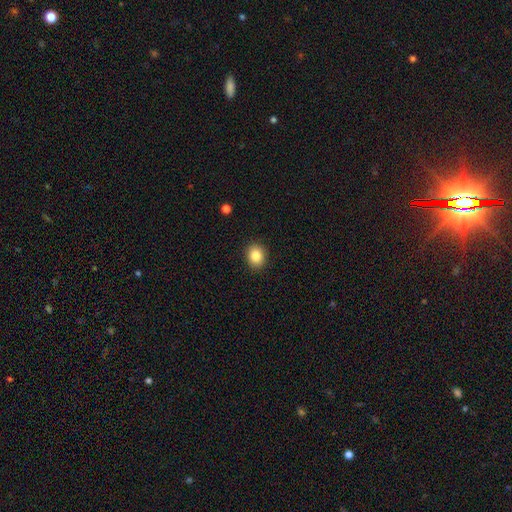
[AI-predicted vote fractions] Smooth or featured?
  - smooth: 85% *
  - star or artifact: 9%
  - featured or disk: 6%
How rounded?
  - round: 62% *
  - in between: 37%
  - cigar-shaped: 1%
Merging?
  - none: 90% *
  - minor disturbance: 7%
  - major disturbance: 2%
  - merger: 1%